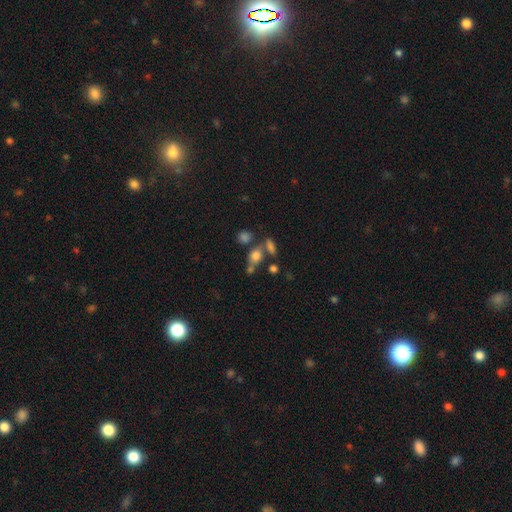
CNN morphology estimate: This is likely a smooth galaxy (71%). How rounded: possibly in between (59%). Merging: possibly none (46%).